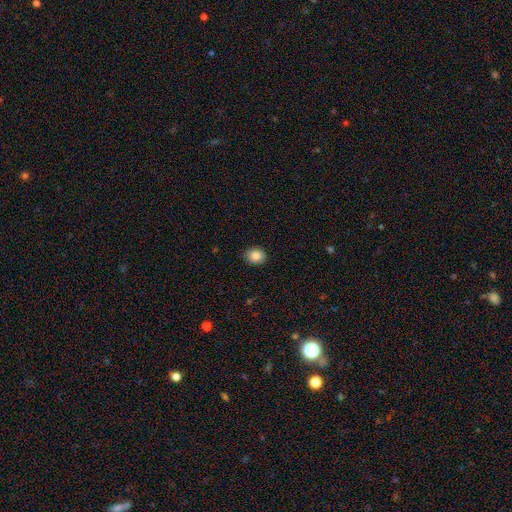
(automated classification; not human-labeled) smooth-or-featured: smooth: 85% | star or artifact: 9% | featured or disk: 6%
  how-rounded: round: 64% | in between: 35% | cigar-shaped: 1%
  merging: none: 89% | minor disturbance: 8% | major disturbance: 2% | merger: 1%